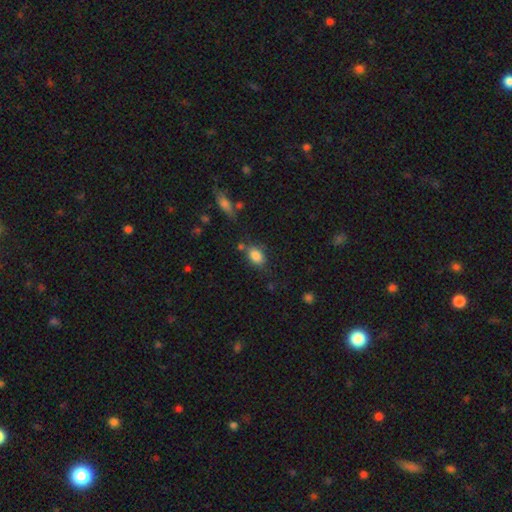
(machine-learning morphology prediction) Q: Smooth or featured?
A: smooth (85%); runner-up: star or artifact (9%)
Q: How rounded?
A: in between (80%); runner-up: round (18%)
Q: Merging?
A: none (67%); runner-up: minor disturbance (19%)